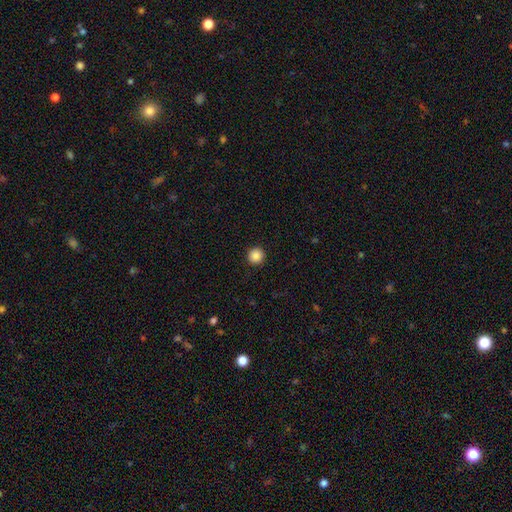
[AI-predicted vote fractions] Smooth or featured: smooth — 87% (star or artifact — 10%)
How rounded: round — 95% (in between — 4%)
Merging: none — 93% (minor disturbance — 4%)